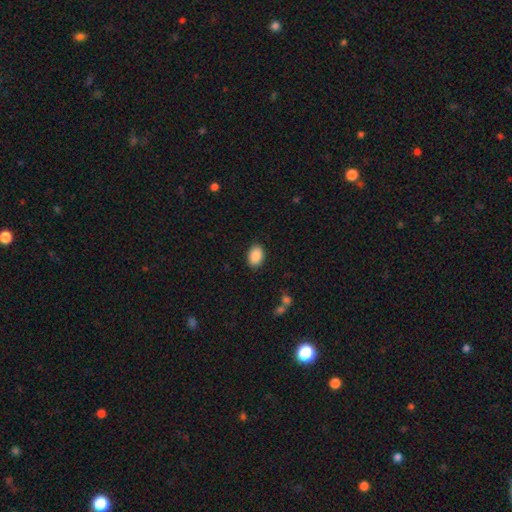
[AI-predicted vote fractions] A smooth galaxy with no disk features (90%) that is in between round and cigar-shaped (86%).

Vote fractions:
- Smooth or featured? smooth: 90% / star or artifact: 7% / featured or disk: 3%
- How rounded? in between: 86% / round: 13% / cigar-shaped: 1%
- Merging? none: 88% / minor disturbance: 9% / major disturbance: 2% / merger: 1%